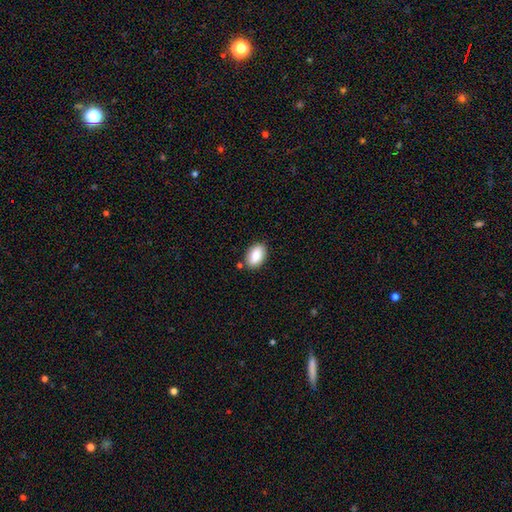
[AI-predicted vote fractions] smooth_or_featured: smooth (p=0.85) [alt: featured or disk p=0.08]
how_rounded: in between (p=0.89) [alt: round p=0.09]
merging: none (p=0.83) [alt: minor disturbance p=0.11]